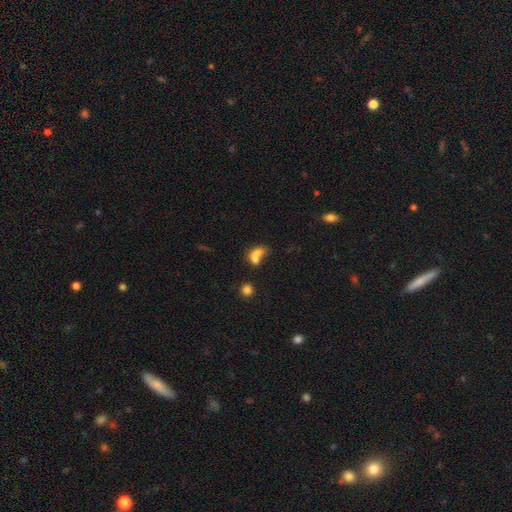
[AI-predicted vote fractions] This appears to be a smooth galaxy with no disk features (69%) that is in between round and cigar-shaped (70%). Merging: merger (54%).